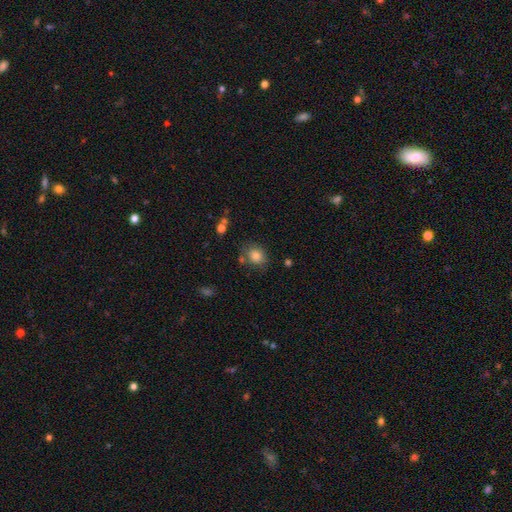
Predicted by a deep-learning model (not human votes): The model was most divided on "how rounded": round: 64%, in between: 35%, cigar-shaped: 1%. More confident: smooth or featured — smooth (81%); merging — none (71%).